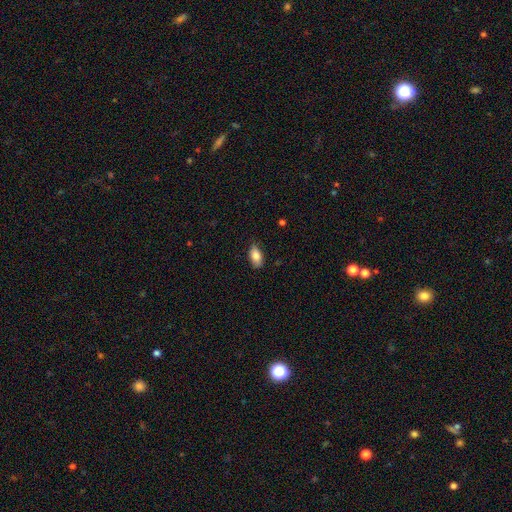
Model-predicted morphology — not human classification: smooth_or_featured: smooth (p=0.83) [alt: featured or disk p=0.10]
how_rounded: in between (p=0.91) [alt: cigar-shaped p=0.06]
merging: none (p=0.81) [alt: minor disturbance p=0.16]